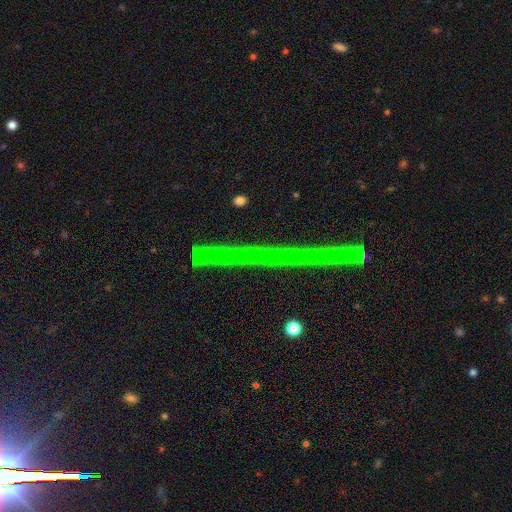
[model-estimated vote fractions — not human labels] Smooth or featured? Predicted: featured or disk (p=0.45). Merging? Predicted: none (p=0.88).